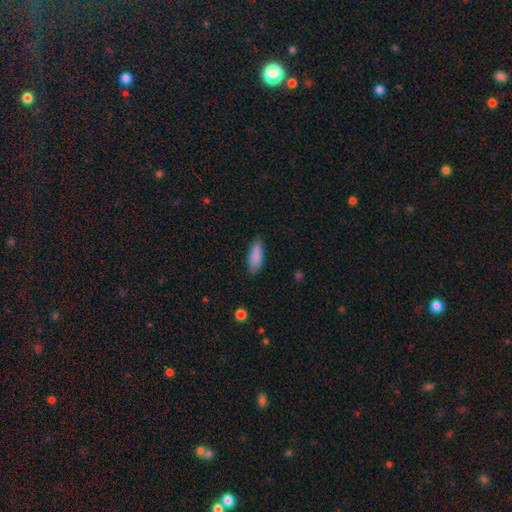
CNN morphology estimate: Smooth or featured? Predicted: smooth (p=0.87). How rounded? Predicted: in between (p=0.71). Merging? Predicted: none (p=0.81).